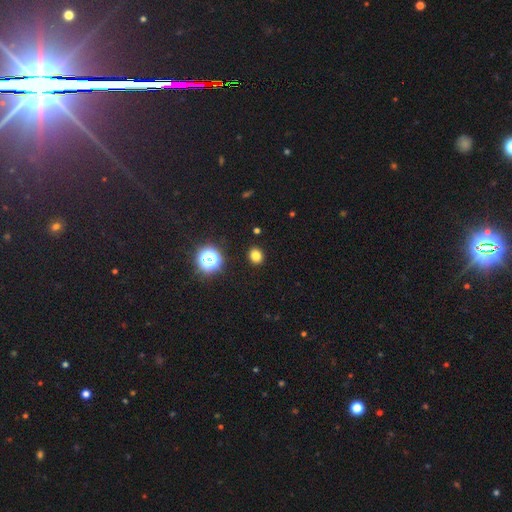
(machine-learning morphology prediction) Smooth or featured: smooth — 79% (star or artifact — 16%)
How rounded: round — 72% (in between — 27%)
Merging: none — 91% (minor disturbance — 6%)